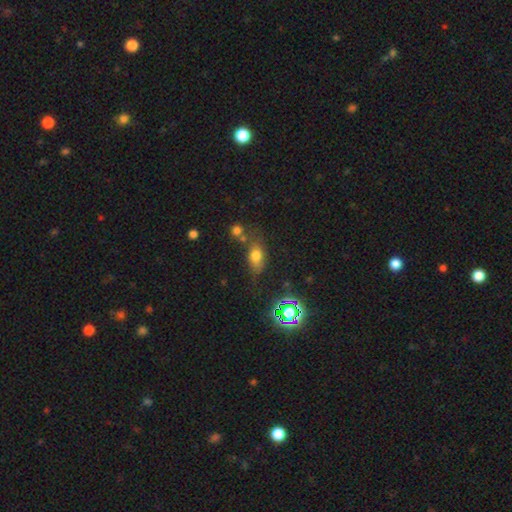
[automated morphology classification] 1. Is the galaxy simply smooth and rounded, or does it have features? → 67% smooth, 19% star or artifact, 13% featured or disk.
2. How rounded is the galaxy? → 75% in between, 18% round, 8% cigar-shaped.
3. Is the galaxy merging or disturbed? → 58% none, 20% minor disturbance, 13% merger, 9% major disturbance.